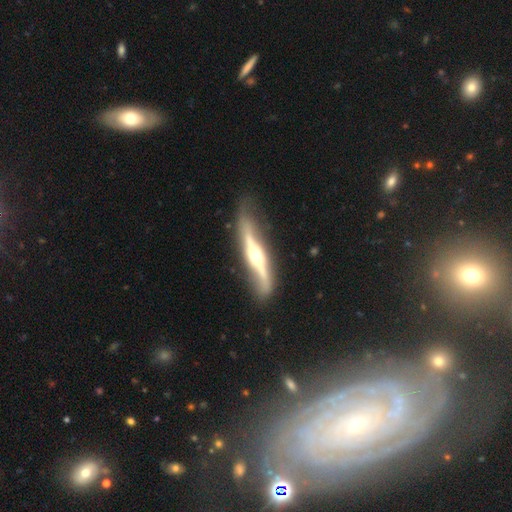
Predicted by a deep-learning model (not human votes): Overall: featured or disk (80%). Edge-on disk: yes (68%; no 32%). Edge-on bulge: rounded (92%). Merging: none (64%).